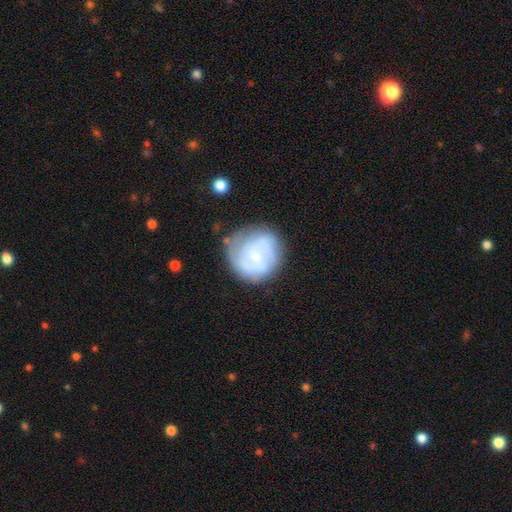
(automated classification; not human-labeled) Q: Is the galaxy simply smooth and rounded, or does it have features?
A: featured or disk — 51%.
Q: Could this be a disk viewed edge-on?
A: no — 98%.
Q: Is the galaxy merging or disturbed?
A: none — 62%.